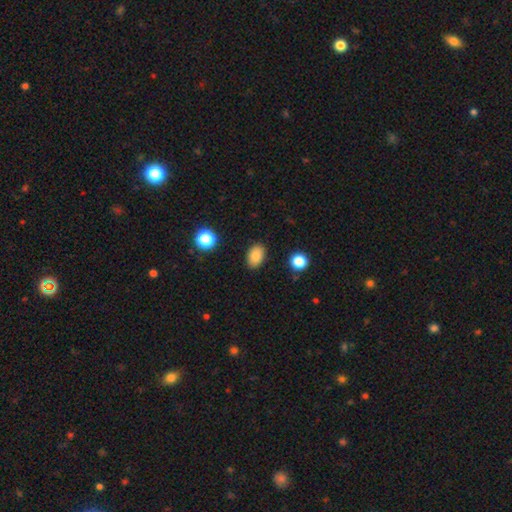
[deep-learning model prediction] smooth_or_featured: smooth (p=0.85) [alt: star or artifact p=0.09]
how_rounded: in between (p=0.86) [alt: round p=0.13]
merging: none (p=0.87) [alt: minor disturbance p=0.09]